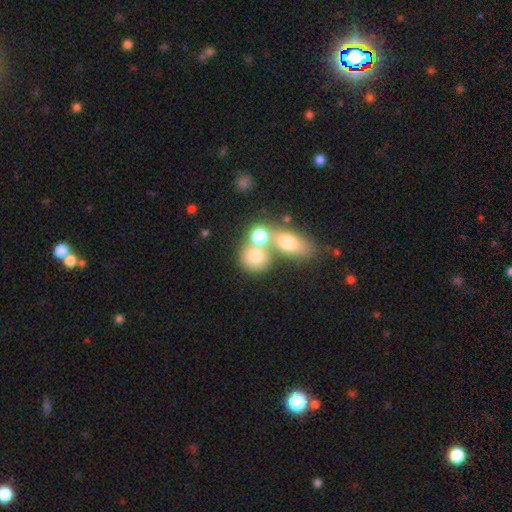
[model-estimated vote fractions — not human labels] smooth-or-featured: smooth: 73% | featured or disk: 16% | star or artifact: 11%
  how-rounded: round: 74% | in between: 24% | cigar-shaped: 2%
  merging: merger: 49% | none: 38% | minor disturbance: 8% | major disturbance: 5%